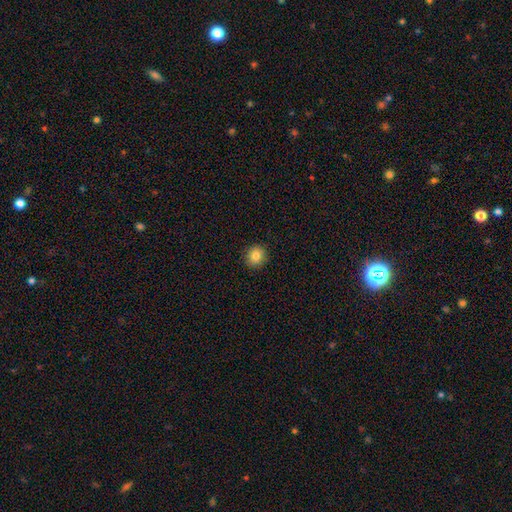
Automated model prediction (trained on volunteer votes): Smooth or featured?
  - smooth: 84% *
  - star or artifact: 10%
  - featured or disk: 6%
How rounded?
  - round: 87% *
  - in between: 12%
  - cigar-shaped: 1%
Merging?
  - none: 91% *
  - minor disturbance: 6%
  - major disturbance: 2%
  - merger: 1%